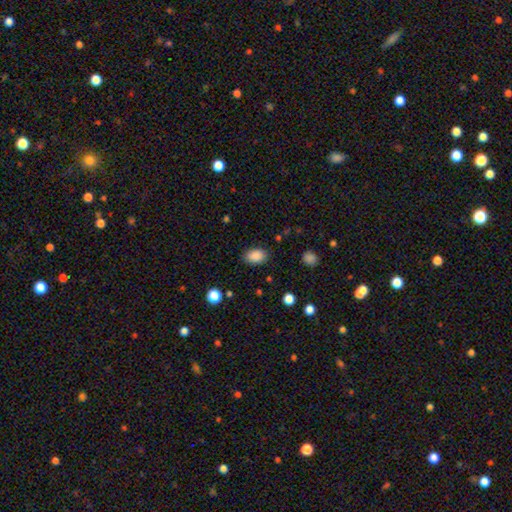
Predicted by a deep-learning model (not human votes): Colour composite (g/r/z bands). It shows a smooth galaxy with no disk features (88%) that is in between round and cigar-shaped (83%). Merging: none (84%).